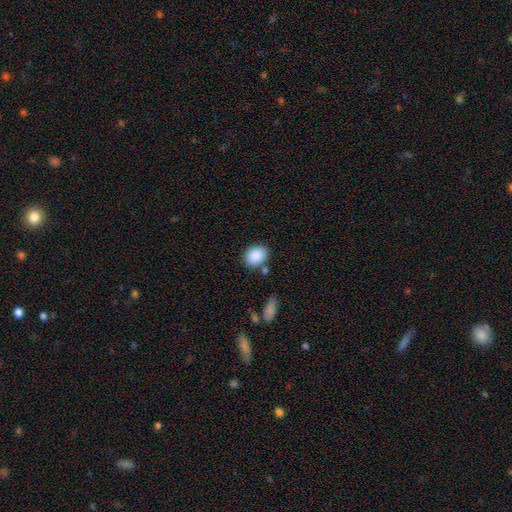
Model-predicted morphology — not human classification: A smooth galaxy with no disk features (88%) that is in between round and cigar-shaped (57%). Merging: none (76%).